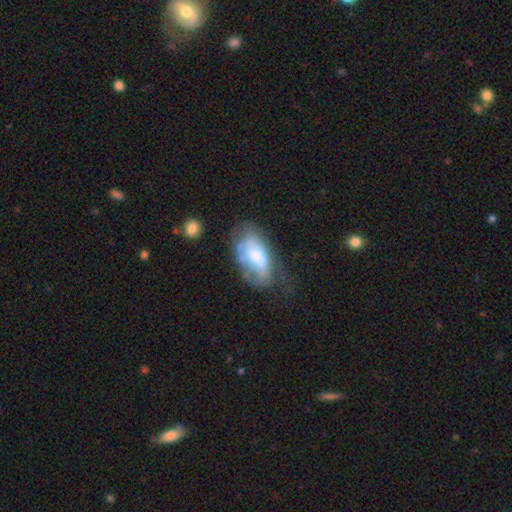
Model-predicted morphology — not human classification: Smooth or featured: featured or disk — 47% (smooth — 46%)
Merging: none — 38% (minor disturbance — 30%)